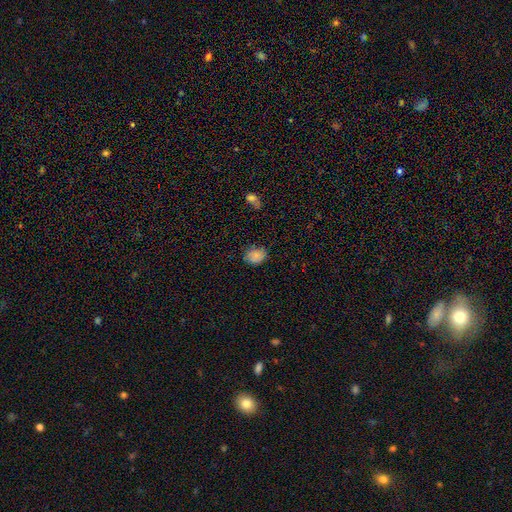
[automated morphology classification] smooth_or_featured: smooth (p=0.82) [alt: star or artifact p=0.11]
how_rounded: in between (p=0.63) [alt: round p=0.36]
merging: none (p=0.73) [alt: minor disturbance p=0.21]